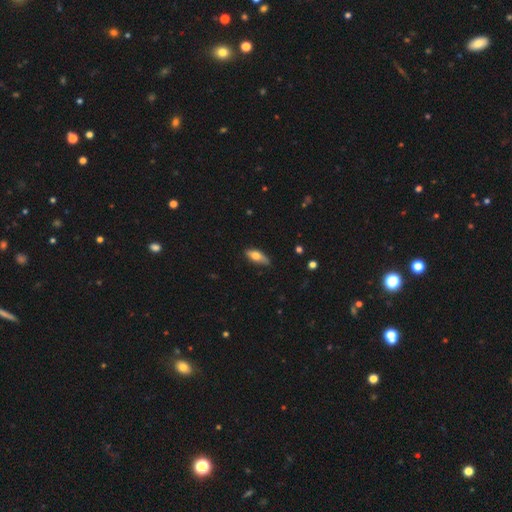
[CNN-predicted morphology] smooth_or_featured: smooth (p=0.67) [alt: featured or disk p=0.27]
how_rounded: in between (p=0.70) [alt: cigar-shaped p=0.27]
merging: none (p=0.71) [alt: minor disturbance p=0.24]